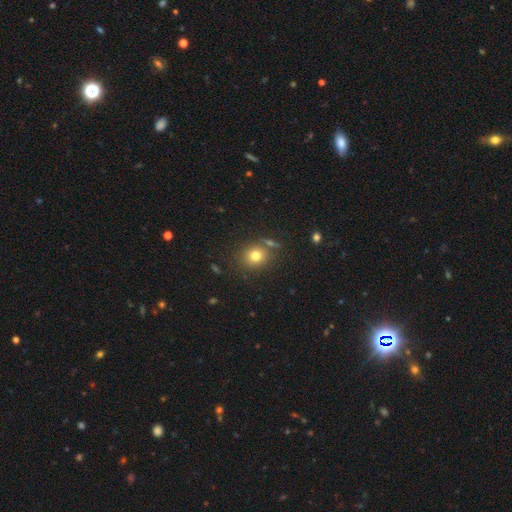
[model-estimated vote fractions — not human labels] Smooth or featured? Predicted: smooth (p=0.76). How rounded? Predicted: round (p=0.77). Merging? Predicted: none (p=0.76).